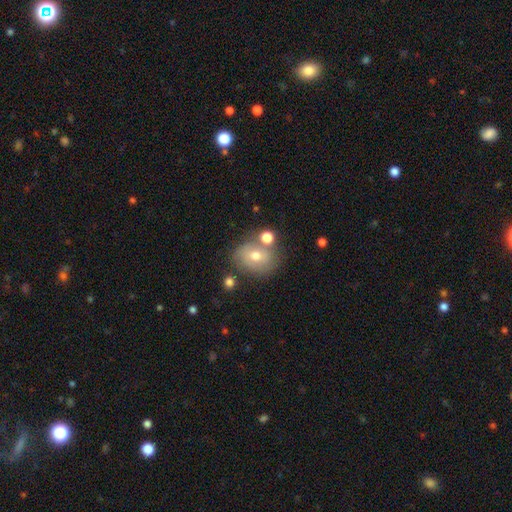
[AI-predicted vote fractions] smooth_or_featured: smooth (p=0.59) [alt: featured or disk p=0.29]
how_rounded: round (p=0.57) [alt: in between p=0.42]
merging: none (p=0.59) [alt: merger p=0.19]